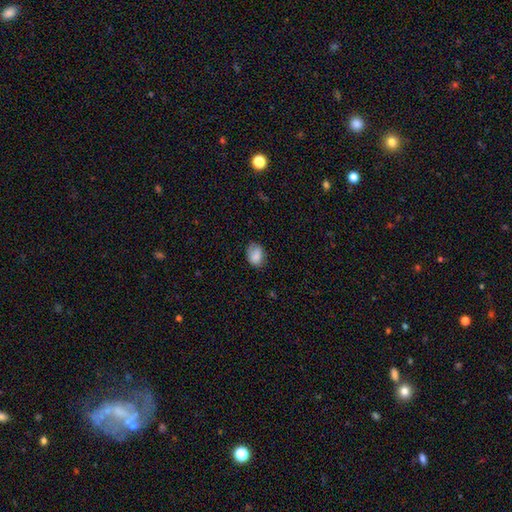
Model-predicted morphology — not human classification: smooth_or_featured: smooth (p=0.85) [alt: star or artifact p=0.08]
how_rounded: in between (p=0.75) [alt: round p=0.24]
merging: none (p=0.67) [alt: minor disturbance p=0.25]